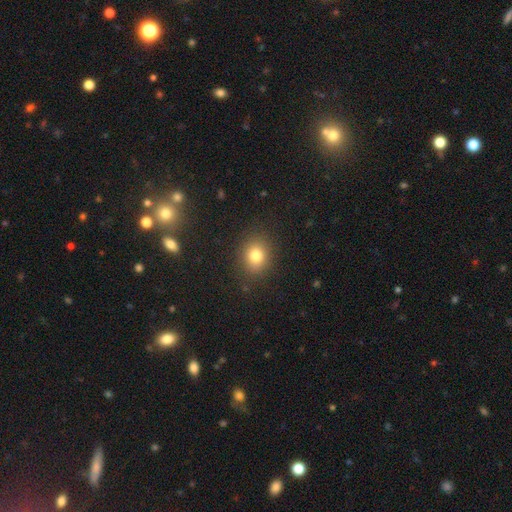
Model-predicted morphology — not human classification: Smooth or featured? Predicted: smooth (p=0.79). How rounded? Predicted: round (p=0.62). Merging? Predicted: none (p=0.86).